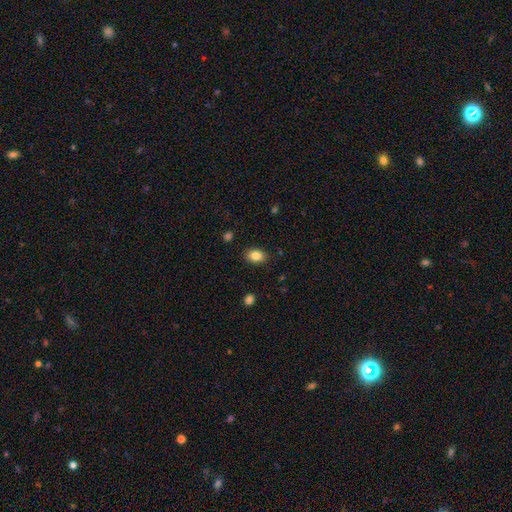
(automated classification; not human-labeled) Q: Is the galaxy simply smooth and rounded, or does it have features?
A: smooth — 85%.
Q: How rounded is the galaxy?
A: in between — 81%.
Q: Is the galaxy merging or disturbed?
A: none — 87%.